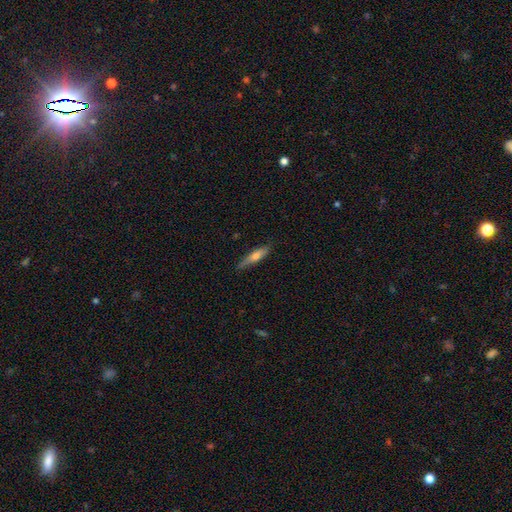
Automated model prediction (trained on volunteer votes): Morphology: type=smooth (52%); roundness=cigar-shaped (83%); merging=none (84%).